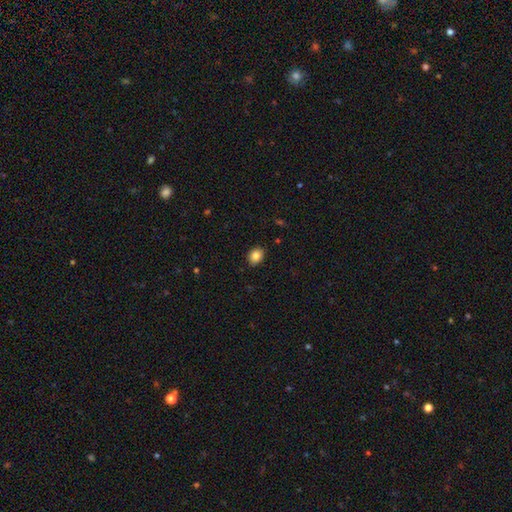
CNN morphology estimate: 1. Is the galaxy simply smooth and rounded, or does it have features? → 85% smooth, 9% star or artifact, 6% featured or disk.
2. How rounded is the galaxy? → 55% in between, 44% round, 1% cigar-shaped.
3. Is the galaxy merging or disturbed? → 88% none, 9% minor disturbance, 2% major disturbance, 1% merger.